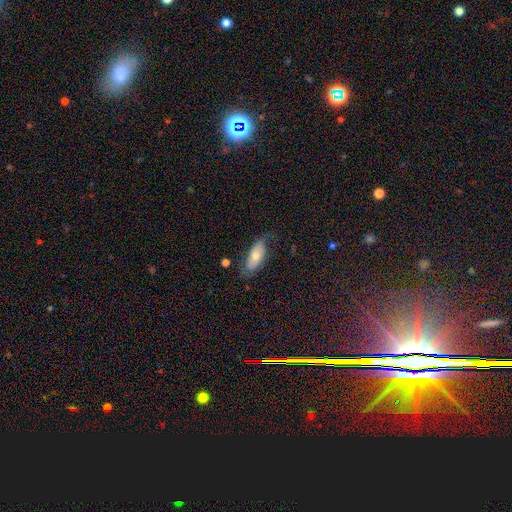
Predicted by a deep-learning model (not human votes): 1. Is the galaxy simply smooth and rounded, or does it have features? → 61% smooth, 33% featured or disk, 7% star or artifact.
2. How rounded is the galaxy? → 83% in between, 14% cigar-shaped, 3% round.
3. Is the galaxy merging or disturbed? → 63% none, 25% minor disturbance, 10% major disturbance, 2% merger.